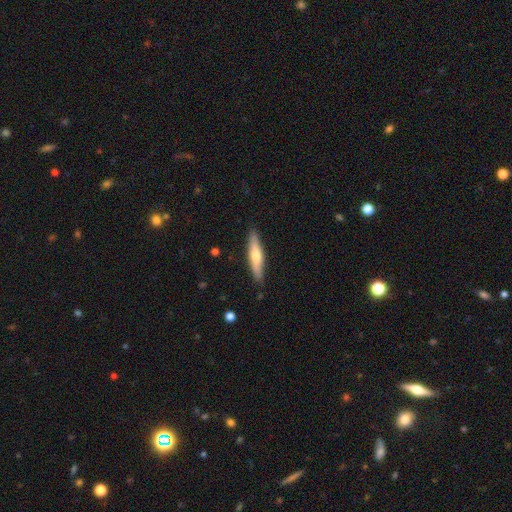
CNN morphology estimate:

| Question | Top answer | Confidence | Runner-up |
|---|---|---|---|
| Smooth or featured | smooth | 51% | featured or disk (43%) |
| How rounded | cigar-shaped | 83% | in between (16%) |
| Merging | none | 88% | minor disturbance (9%) |